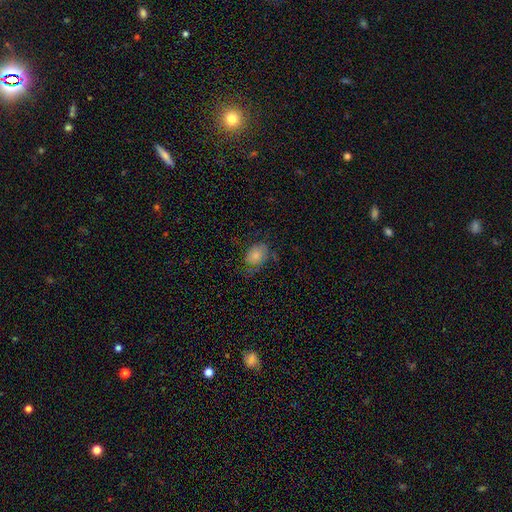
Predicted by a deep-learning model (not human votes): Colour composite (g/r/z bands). It shows a smooth galaxy with no disk features (75%) that is in between round and cigar-shaped (74%). Merging: none (56%).